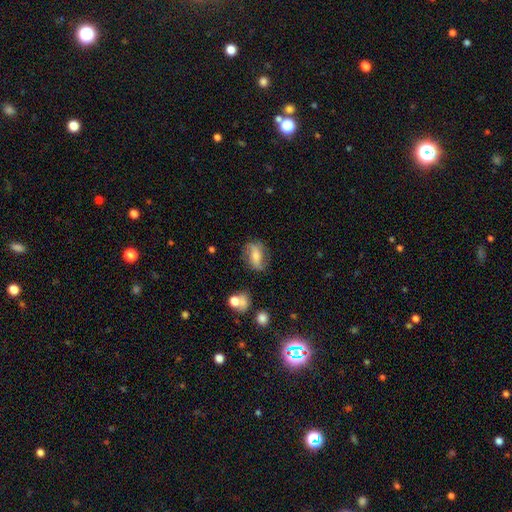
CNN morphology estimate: type=featured or disk (49%); merging=none (70%).